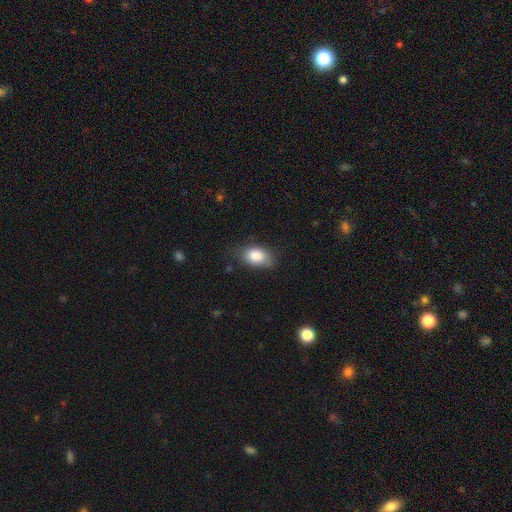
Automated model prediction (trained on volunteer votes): This is clearly a smooth galaxy (84%). How rounded: clearly in between (85%). Merging: likely none (66%).